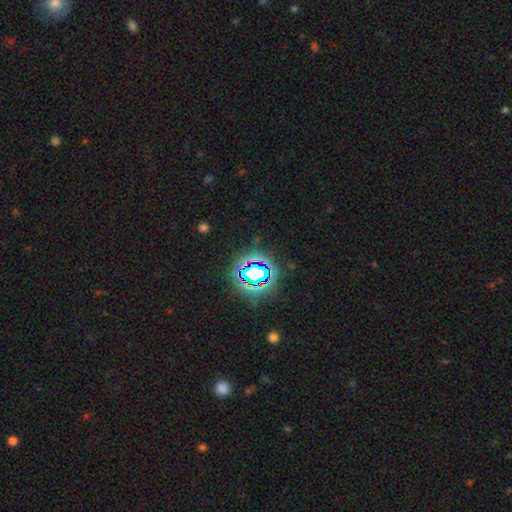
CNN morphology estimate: Overall: star or artifact (80%).